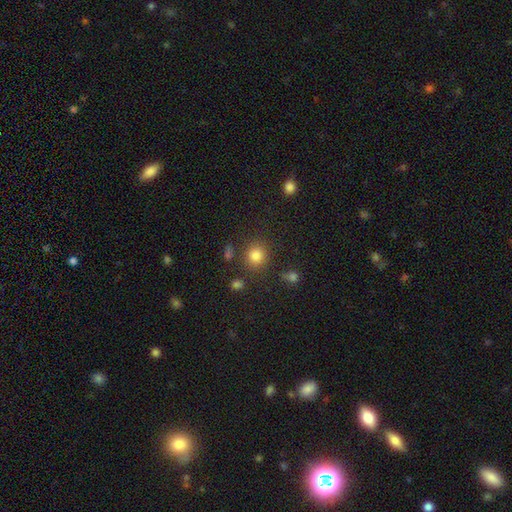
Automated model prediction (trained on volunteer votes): This appears to be a smooth galaxy with no disk features (82%) that is round (87%). Merging: none (82%).